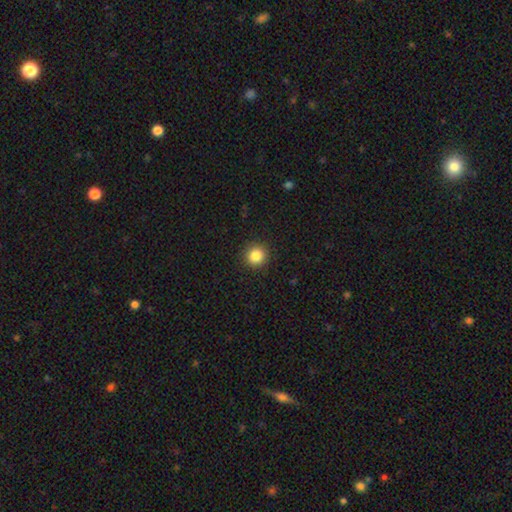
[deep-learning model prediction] smooth_or_featured: smooth (p=0.84) [alt: star or artifact p=0.11]
how_rounded: round (p=0.94) [alt: in between p=0.05]
merging: none (p=0.92) [alt: minor disturbance p=0.05]